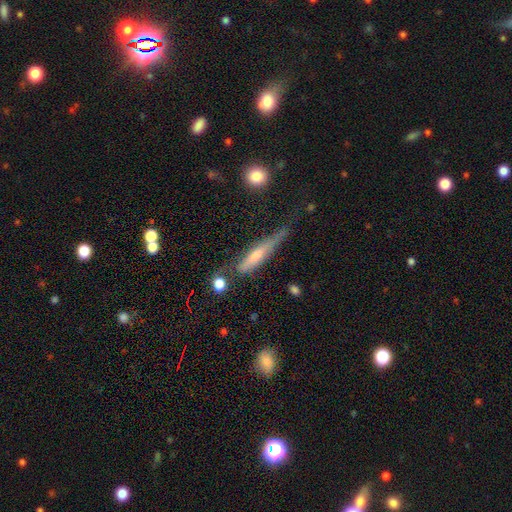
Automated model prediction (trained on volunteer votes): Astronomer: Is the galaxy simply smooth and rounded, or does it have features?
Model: featured or disk — 55% (runner-up: smooth, 37%).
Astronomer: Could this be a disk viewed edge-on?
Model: yes — 87%.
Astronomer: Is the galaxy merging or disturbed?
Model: none — 50% (runner-up: minor disturbance, 31%).